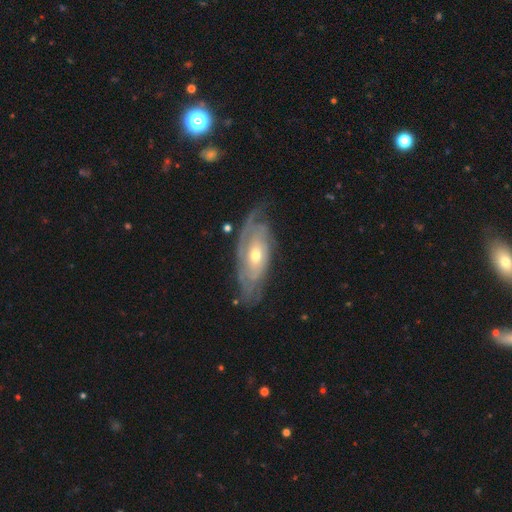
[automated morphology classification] This appears to be a featured or disk galaxy (81%) with no bar (69%), tight (67%) spiral arms (87%) and a moderate central bulge (60%). Merging: none (65%).